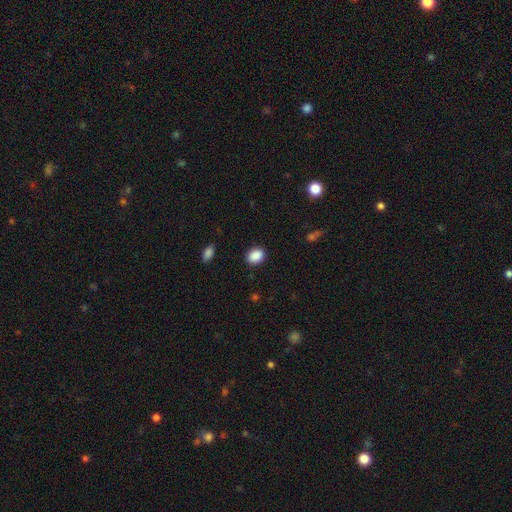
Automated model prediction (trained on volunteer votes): Smooth or featured: smooth — 89% (star or artifact — 8%)
How rounded: in between — 63% (round — 36%)
Merging: none — 89% (minor disturbance — 8%)